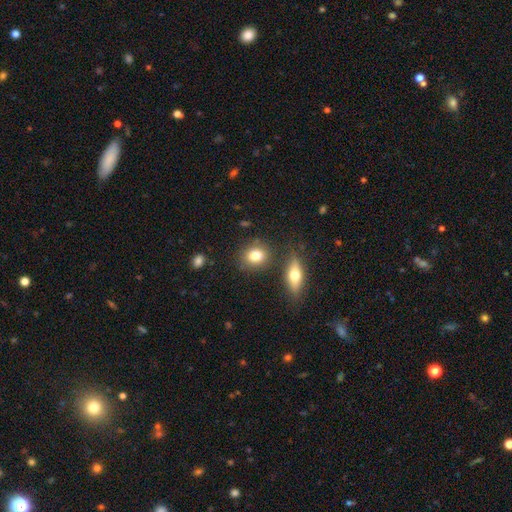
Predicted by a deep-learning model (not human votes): smooth-or-featured: smooth: 80% | featured or disk: 11% | star or artifact: 9%
  how-rounded: round: 58% | in between: 40% | cigar-shaped: 2%
  merging: none: 78% | minor disturbance: 11% | merger: 9% | major disturbance: 3%